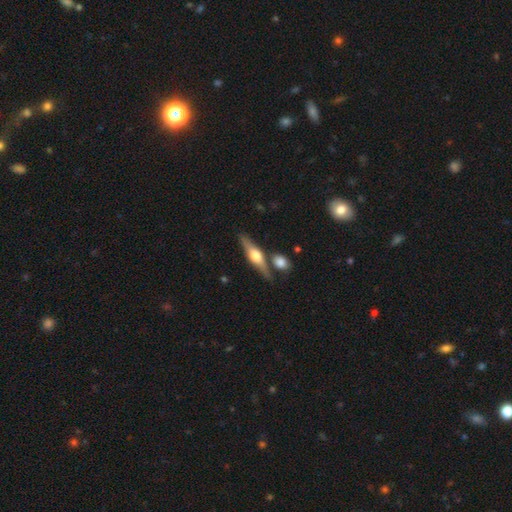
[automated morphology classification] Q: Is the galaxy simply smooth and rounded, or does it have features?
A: featured or disk — 66%.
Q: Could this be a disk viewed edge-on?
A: yes — 94%.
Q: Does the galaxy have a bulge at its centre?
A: rounded — 93%.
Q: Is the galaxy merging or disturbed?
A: none — 75%.